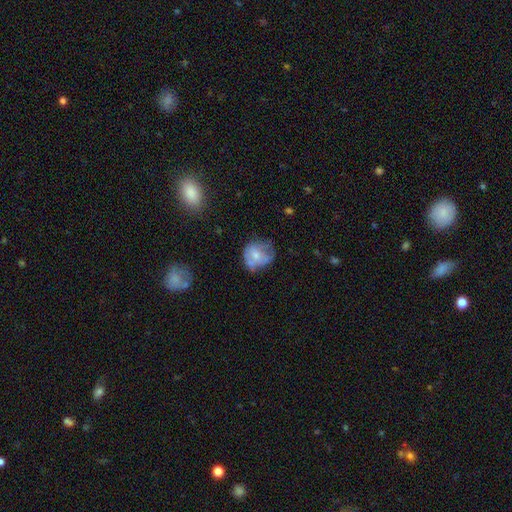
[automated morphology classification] smooth 53%, featured or disk 39%, star or artifact 9%. Down the decision tree: how rounded — round (67%); merging — none (44%).